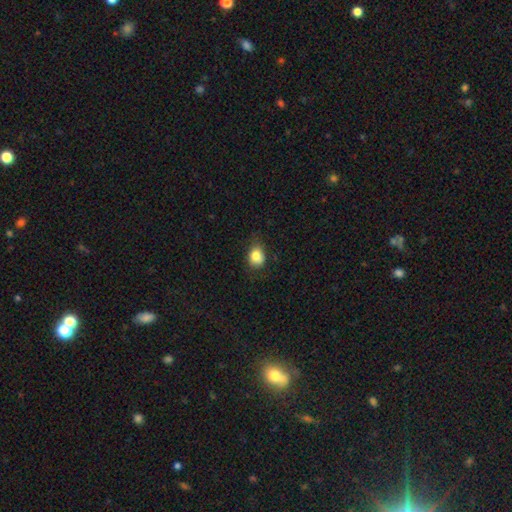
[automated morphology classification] Smooth or featured? Predicted: smooth (p=0.82). How rounded? Predicted: in between (p=0.54). Merging? Predicted: none (p=0.62).